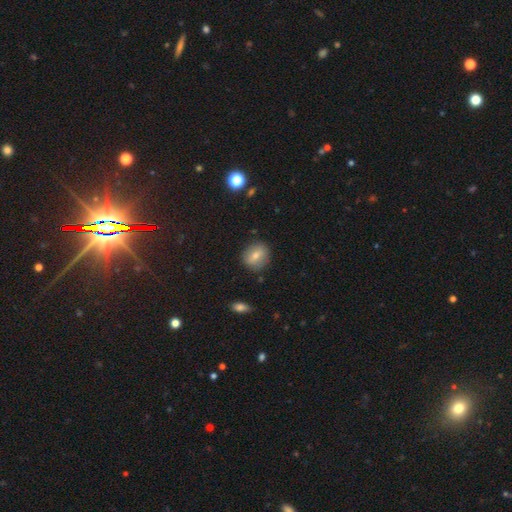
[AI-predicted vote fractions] smooth-or-featured: smooth: 72% | featured or disk: 19% | star or artifact: 9%
  how-rounded: round: 69% | in between: 30% | cigar-shaped: 2%
  merging: none: 83% | minor disturbance: 12% | major disturbance: 3% | merger: 2%